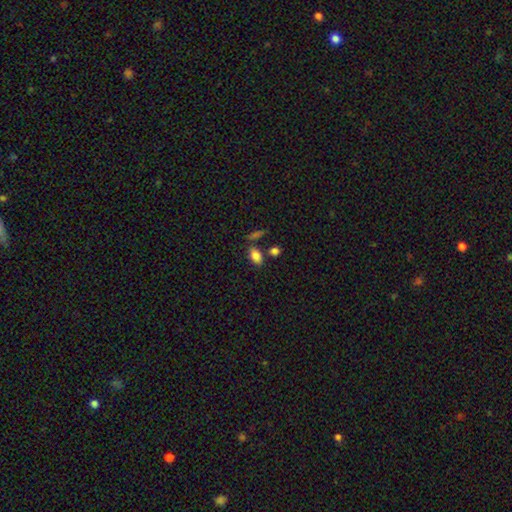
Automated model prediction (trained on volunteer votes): smooth-or-featured: smooth: 84% | star or artifact: 9% | featured or disk: 7%
  how-rounded: in between: 87% | round: 9% | cigar-shaped: 4%
  merging: none: 68% | merger: 15% | minor disturbance: 13% | major disturbance: 4%